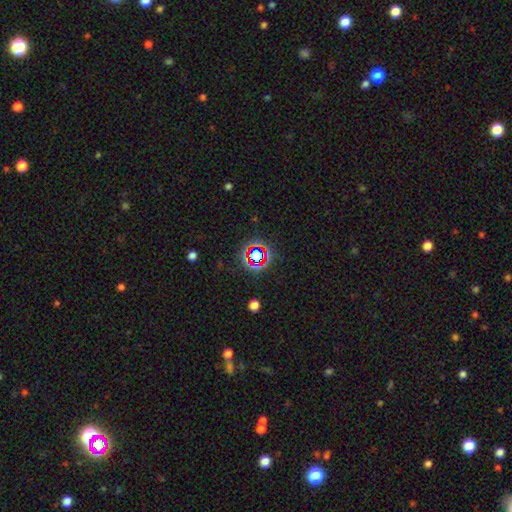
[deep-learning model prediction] This appears to be a star or artifact, not a galaxy (68%).